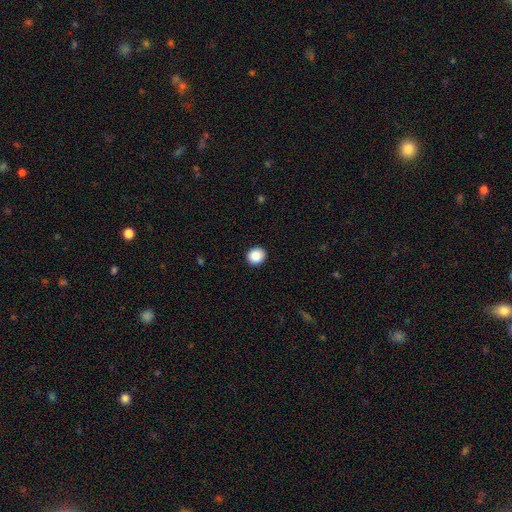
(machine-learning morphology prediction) Smooth or featured? Predicted: smooth (p=0.87). How rounded? Predicted: round (p=0.87). Merging? Predicted: none (p=0.92).